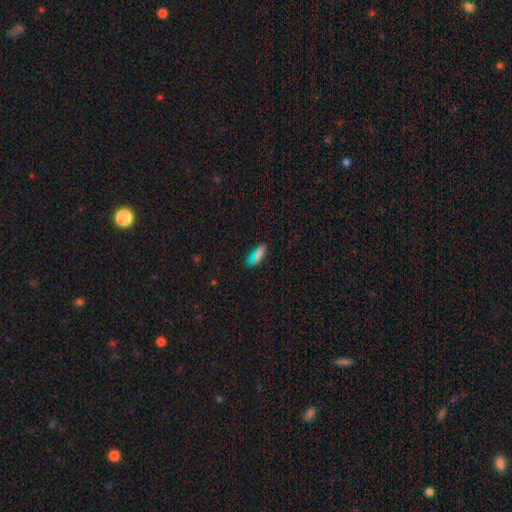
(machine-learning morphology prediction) smooth-or-featured: smooth: 67% | star or artifact: 22% | featured or disk: 10%
  how-rounded: in between: 79% | cigar-shaped: 16% | round: 5%
  merging: none: 82% | minor disturbance: 13% | major disturbance: 3% | merger: 2%